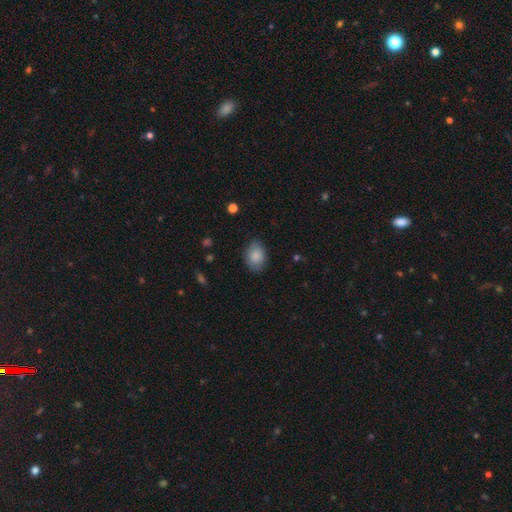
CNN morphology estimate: This appears to be a smooth galaxy with no disk features (86%) that is in between round and cigar-shaped (77%). Merging: none (79%).